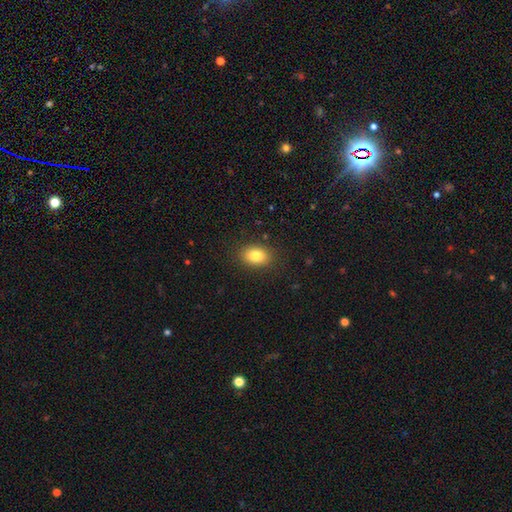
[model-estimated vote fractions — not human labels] This appears to be a smooth galaxy with no disk features (82%) that is in between round and cigar-shaped (77%). Merging: none (87%).